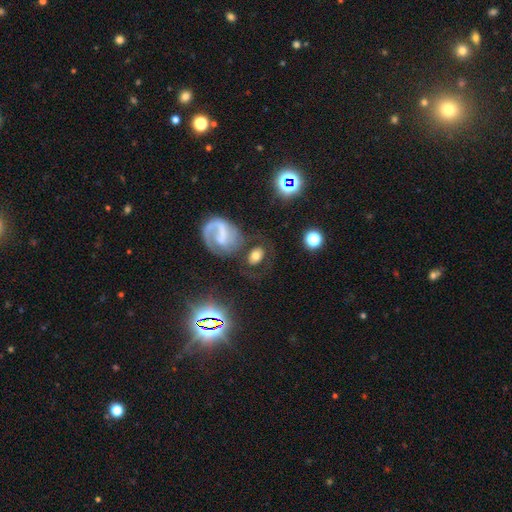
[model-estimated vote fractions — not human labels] The model was most divided on "how rounded": in between: 62%, round: 36%, cigar-shaped: 2%. More confident: merging — none (65%); smooth or featured — smooth (58%).